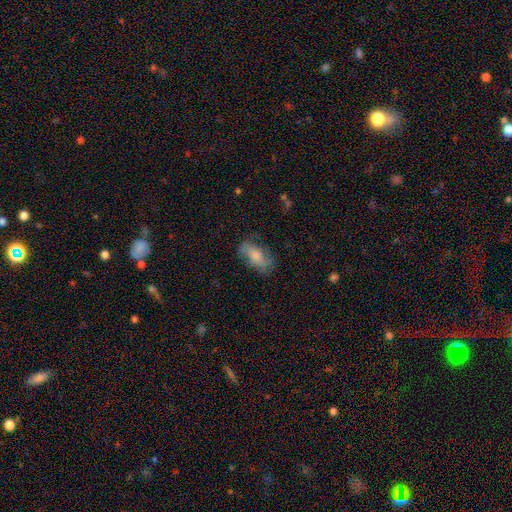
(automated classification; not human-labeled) Smooth or featured: smooth — 55% (featured or disk — 37%)
How rounded: in between — 87% (cigar-shaped — 8%)
Merging: none — 63% (minor disturbance — 23%)